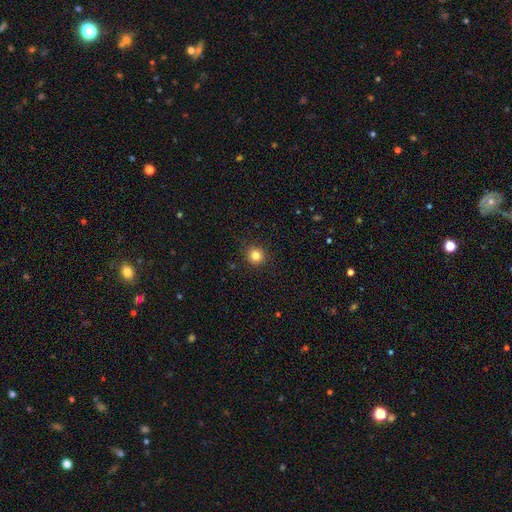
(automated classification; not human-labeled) A smooth galaxy with no disk features (82%) that is round (92%). Merging: none (91%).